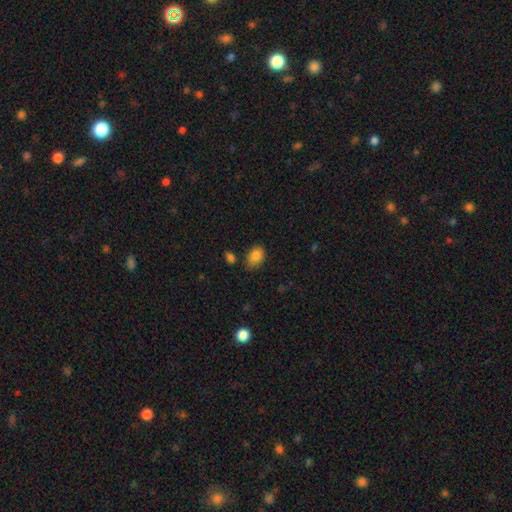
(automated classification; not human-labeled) This appears to be a smooth galaxy with no disk features (84%) that is in between round and cigar-shaped (74%). Merging: none (71%).